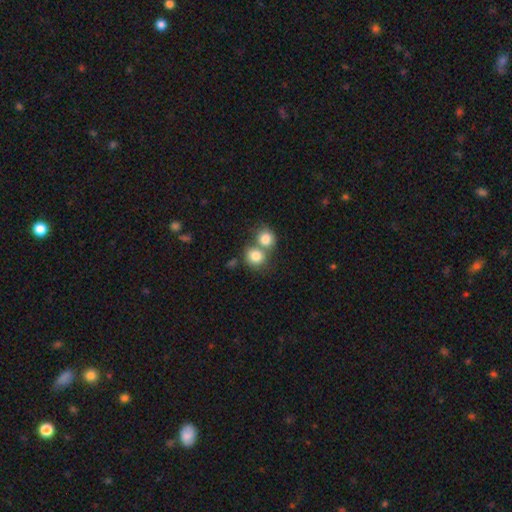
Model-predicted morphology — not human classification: Smooth or featured? smooth (81%)
How rounded? round (80%)
Merging? merger (53%)